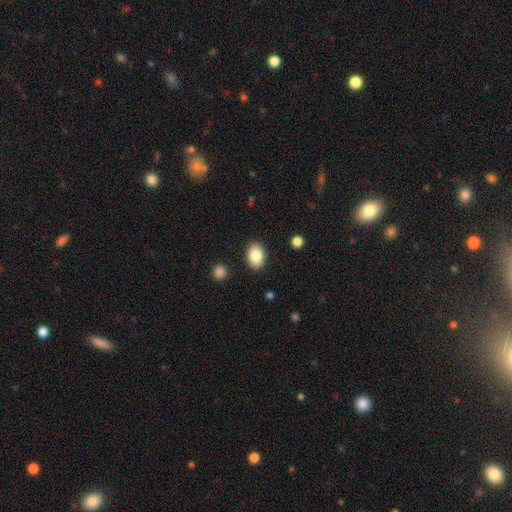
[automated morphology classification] Smooth or featured: smooth — 85% (star or artifact — 8%)
How rounded: in between — 80% (round — 19%)
Merging: none — 88% (minor disturbance — 8%)